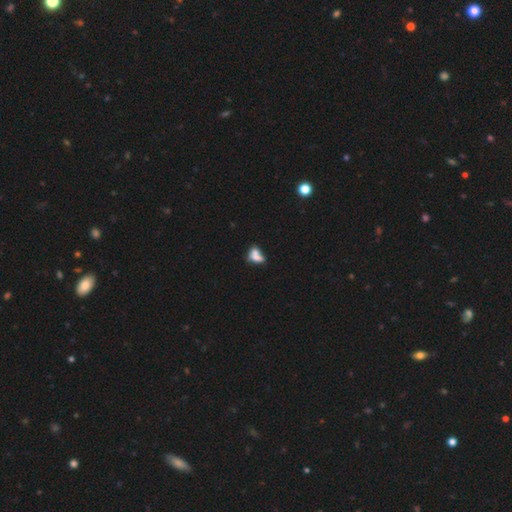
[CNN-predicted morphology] Smooth or featured: smooth — 67% (featured or disk — 22%)
How rounded: in between — 73% (round — 21%)
Merging: merger — 53% (none — 24%)